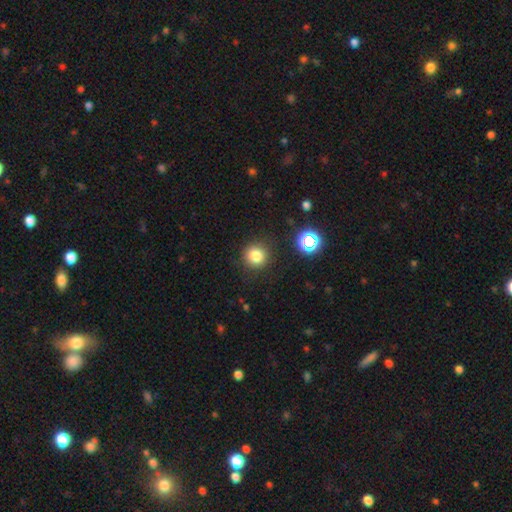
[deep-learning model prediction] This is likely a smooth galaxy (79%). How rounded: clearly round (91%). Merging: clearly none (87%).